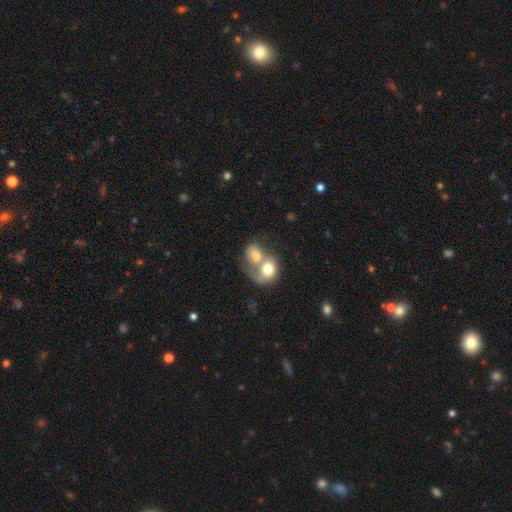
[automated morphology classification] Q: Smooth or featured?
A: smooth (62%); runner-up: featured or disk (31%)
Q: How rounded?
A: in between (50%); runner-up: round (49%)
Q: Merging?
A: merger (81%); runner-up: none (8%)